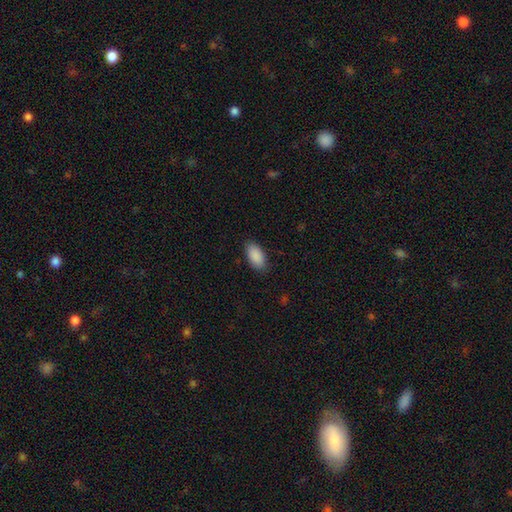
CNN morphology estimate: type=smooth (90%); roundness=in between (95%); merging=none (86%).